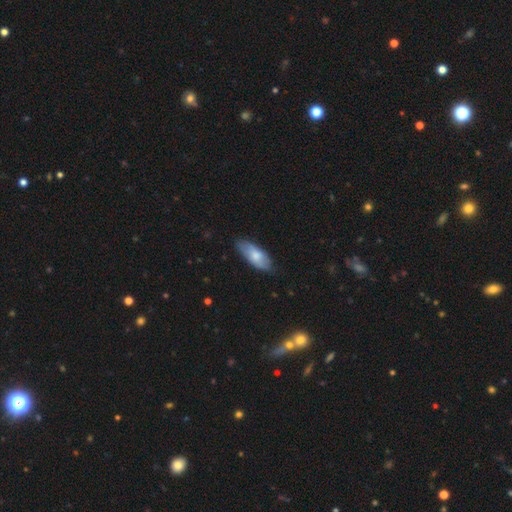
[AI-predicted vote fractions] This appears to be a smooth galaxy with no disk features (71%) that is in between round and cigar-shaped (82%). Merging: none (76%).